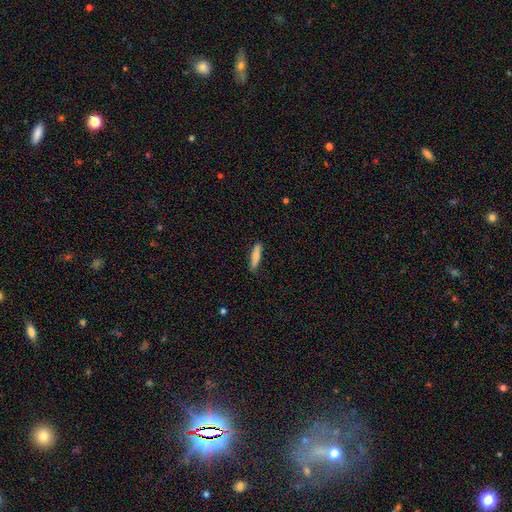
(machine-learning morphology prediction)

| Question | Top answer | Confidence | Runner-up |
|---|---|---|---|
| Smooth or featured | smooth | 73% | featured or disk (22%) |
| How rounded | cigar-shaped | 76% | in between (22%) |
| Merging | none | 85% | minor disturbance (12%) |